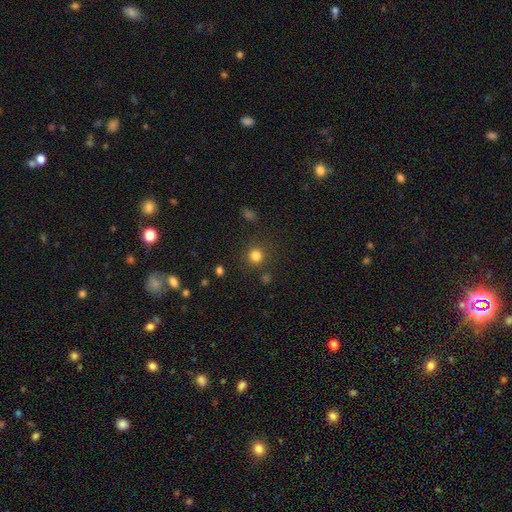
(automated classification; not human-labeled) Smooth or featured: smooth — 81% (star or artifact — 14%)
How rounded: round — 91% (in between — 8%)
Merging: none — 85% (minor disturbance — 8%)